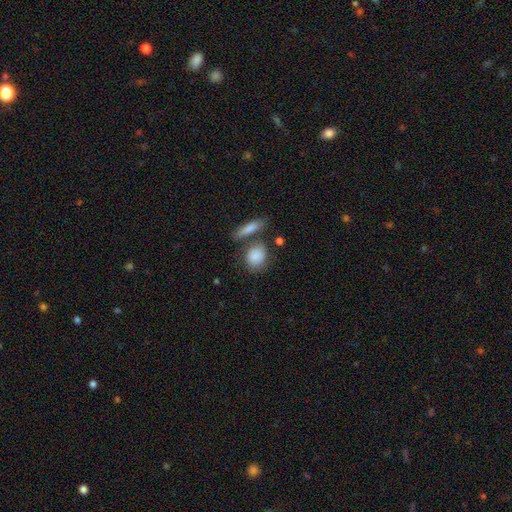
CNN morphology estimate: Smooth or featured: smooth — 85% (featured or disk — 9%)
How rounded: in between — 50% (round — 45%)
Merging: none — 57% (merger — 21%)